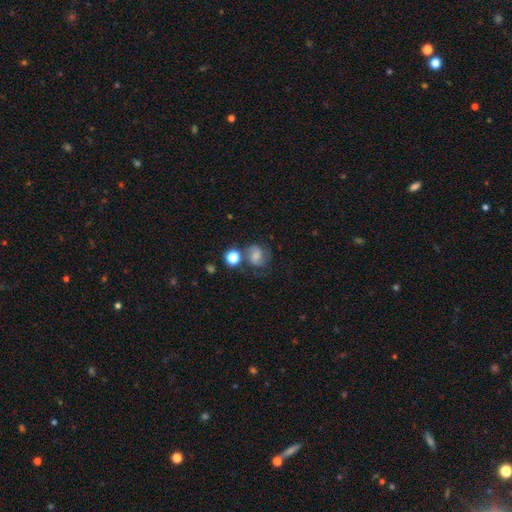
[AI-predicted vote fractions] Overall: featured or disk (44%, tied with smooth). Merging: none (56%; minor disturbance 19%).